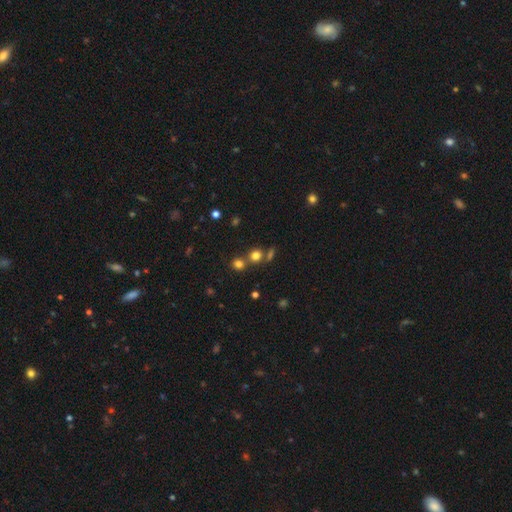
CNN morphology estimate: Smooth or featured: smooth — 72% (star or artifact — 20%)
How rounded: round — 83% (in between — 16%)
Merging: none — 64% (merger — 24%)